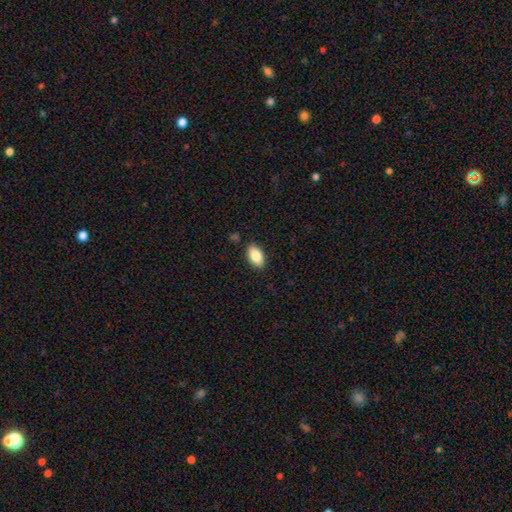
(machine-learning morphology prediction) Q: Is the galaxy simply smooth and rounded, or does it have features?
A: smooth — 86%.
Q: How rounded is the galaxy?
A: in between — 93%.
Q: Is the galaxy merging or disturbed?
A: none — 88%.